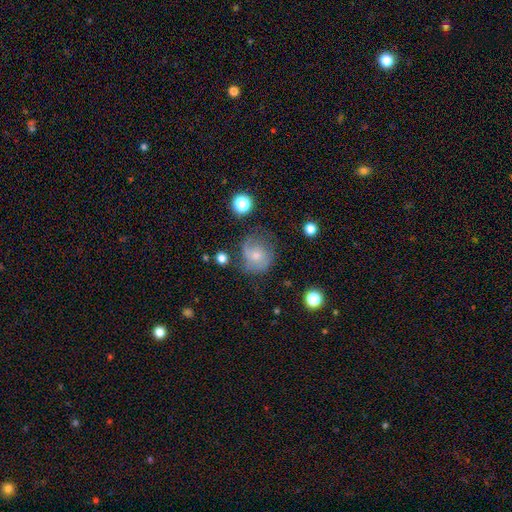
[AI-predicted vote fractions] Smooth or featured? Predicted: smooth (p=0.55). How rounded? Predicted: round (p=0.75). Merging? Predicted: none (p=0.47).